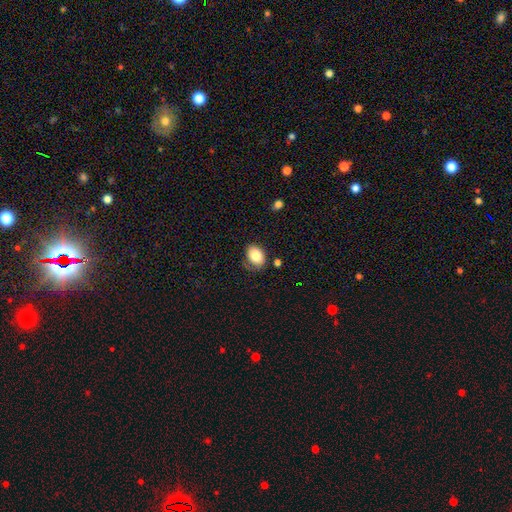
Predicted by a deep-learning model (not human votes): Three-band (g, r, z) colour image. It shows a smooth galaxy with no disk features (82%) that is in between round and cigar-shaped (74%). Merging: none (72%).